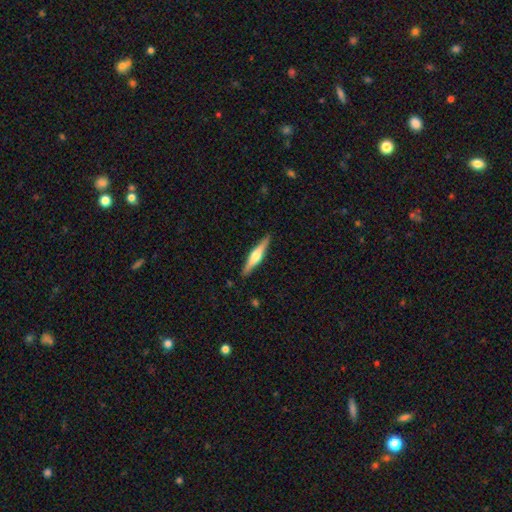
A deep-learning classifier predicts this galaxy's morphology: smooth_or_featured: featured or disk (p=0.65) [alt: smooth p=0.30]
disk_edge_on: yes (p=0.98) [alt: no p=0.02]
edge_on_bulge: rounded (p=0.86) [alt: boxy p=0.09]
merging: none (p=0.90) [alt: minor disturbance p=0.07]